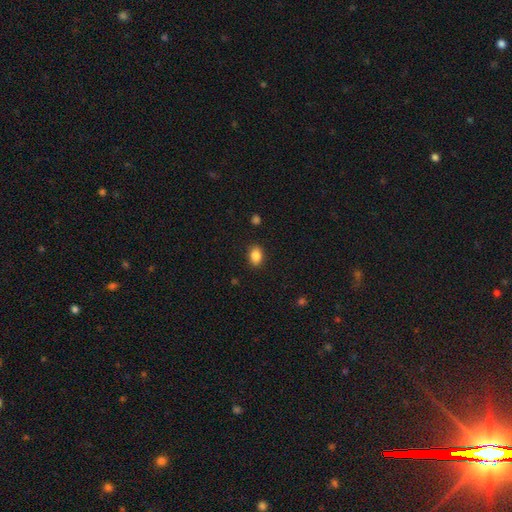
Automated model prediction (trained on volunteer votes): Smooth or featured? smooth (87%)
How rounded? in between (75%)
Merging? none (88%)